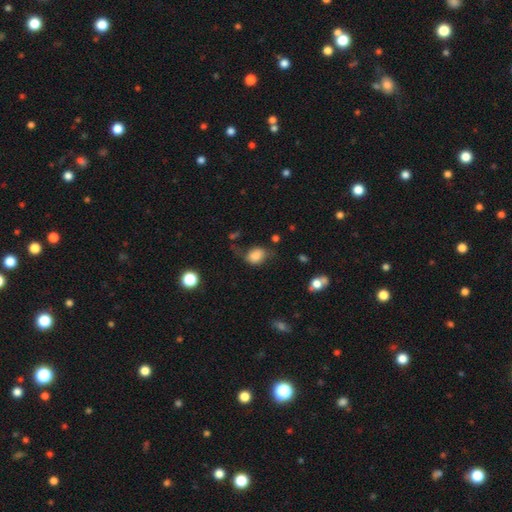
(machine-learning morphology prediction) Smooth or featured?
  - smooth: 77% *
  - featured or disk: 13%
  - star or artifact: 10%
How rounded?
  - in between: 61% *
  - round: 38%
  - cigar-shaped: 1%
Merging?
  - none: 46% *
  - minor disturbance: 30%
  - major disturbance: 20%
  - merger: 4%